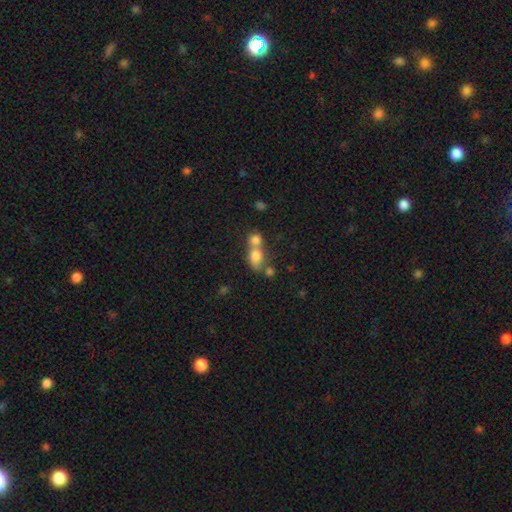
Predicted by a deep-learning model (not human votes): The model was most divided on "how rounded": in between: 58%, round: 39%, cigar-shaped: 3%. More confident: smooth or featured — smooth (76%); merging — merger (62%).